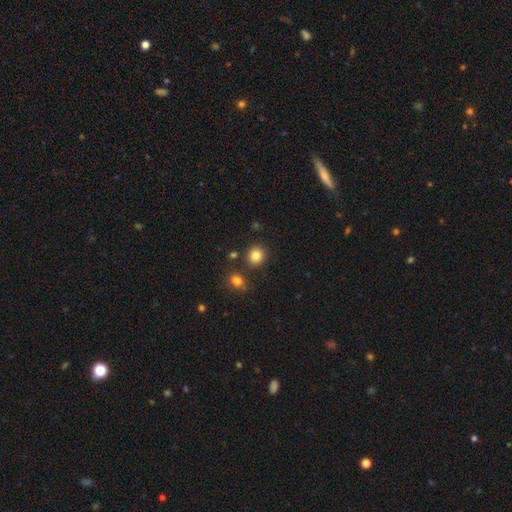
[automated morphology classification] This is clearly a smooth galaxy (83%). How rounded: clearly round (88%). Merging: clearly none (85%).